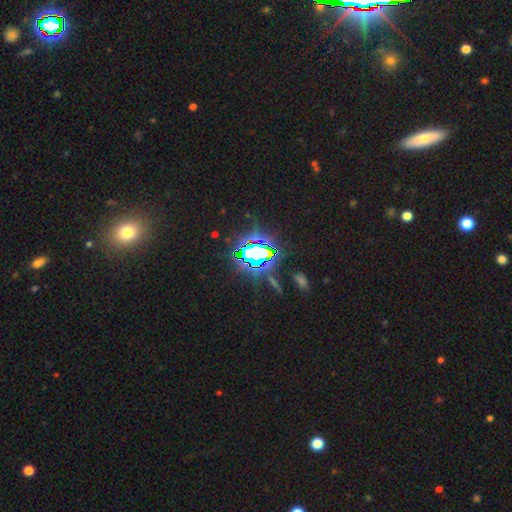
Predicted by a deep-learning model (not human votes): smooth_or_featured: star or artifact (p=0.75) [alt: smooth p=0.13]